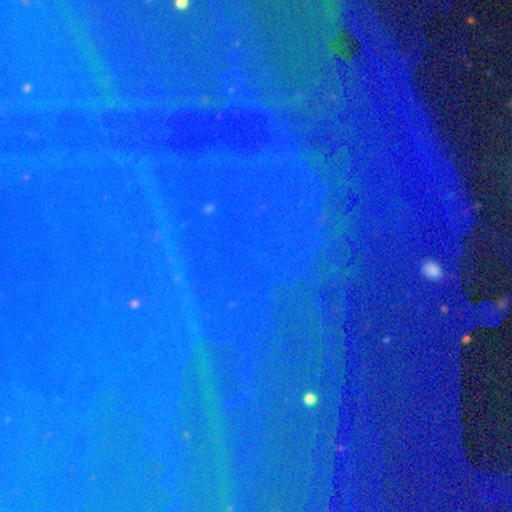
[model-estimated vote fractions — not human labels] Q: Smooth or featured?
A: star or artifact (82%); runner-up: smooth (9%)